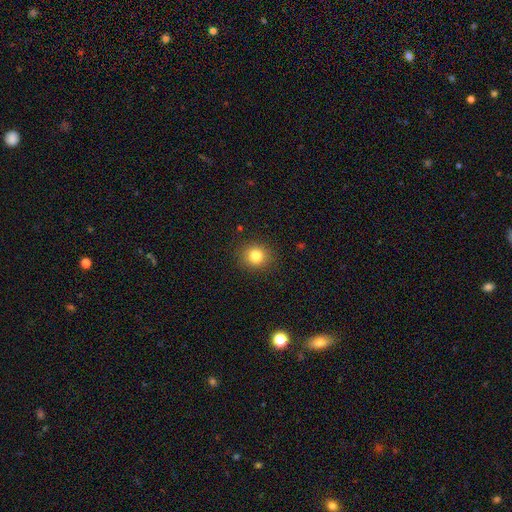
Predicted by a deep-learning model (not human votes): Smooth or featured: smooth — 82% (star or artifact — 12%)
How rounded: round — 85% (in between — 14%)
Merging: none — 90% (minor disturbance — 7%)